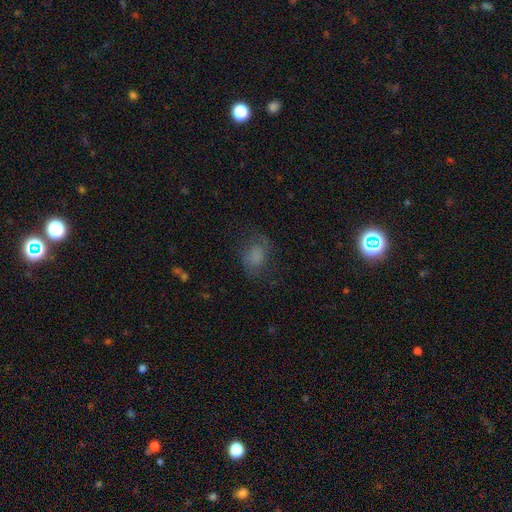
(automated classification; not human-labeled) smooth 59%, featured or disk 26%, star or artifact 15%. Down the decision tree: how rounded — in between (58%); merging — none (59%).